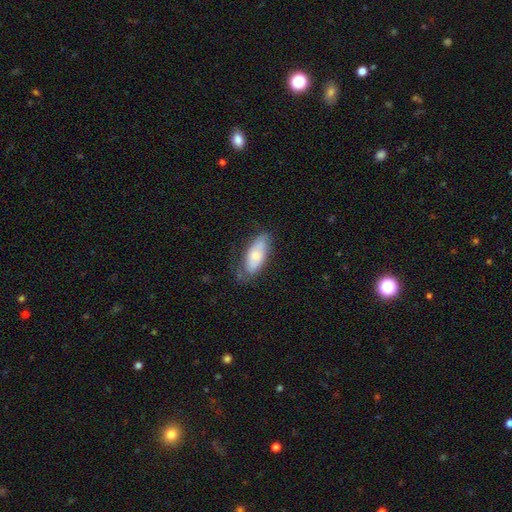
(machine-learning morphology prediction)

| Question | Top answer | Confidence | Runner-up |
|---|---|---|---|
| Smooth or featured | smooth | 63% | featured or disk (31%) |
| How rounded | in between | 81% | cigar-shaped (17%) |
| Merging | none | 67% | minor disturbance (24%) |